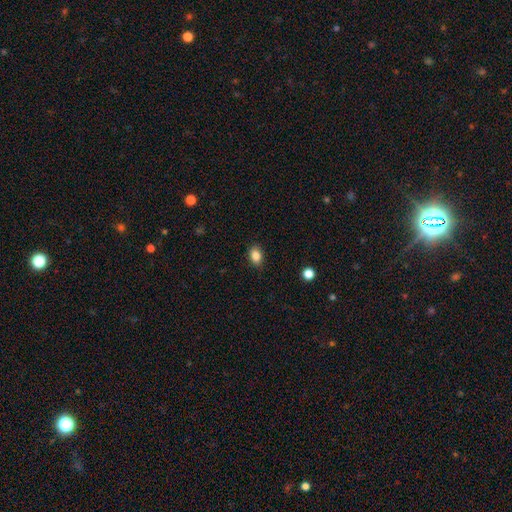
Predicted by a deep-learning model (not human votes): smooth-or-featured: smooth: 85% | star or artifact: 10% | featured or disk: 5%
  how-rounded: in between: 75% | round: 24% | cigar-shaped: 1%
  merging: none: 86% | minor disturbance: 11% | major disturbance: 2% | merger: 1%